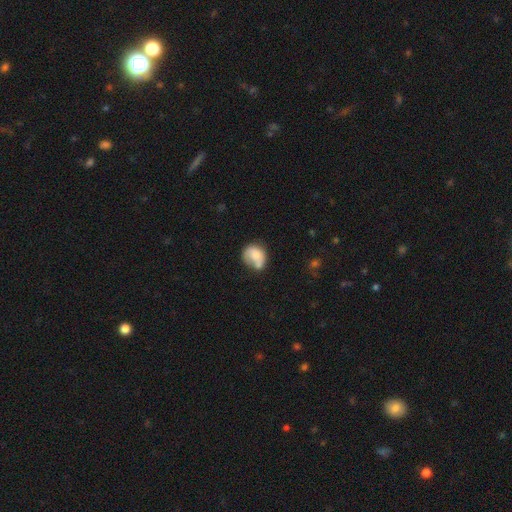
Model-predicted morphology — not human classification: Q: Smooth or featured?
A: smooth (70%); runner-up: featured or disk (22%)
Q: How rounded?
A: round (52%); runner-up: in between (47%)
Q: Merging?
A: none (34%); runner-up: merger (26%)